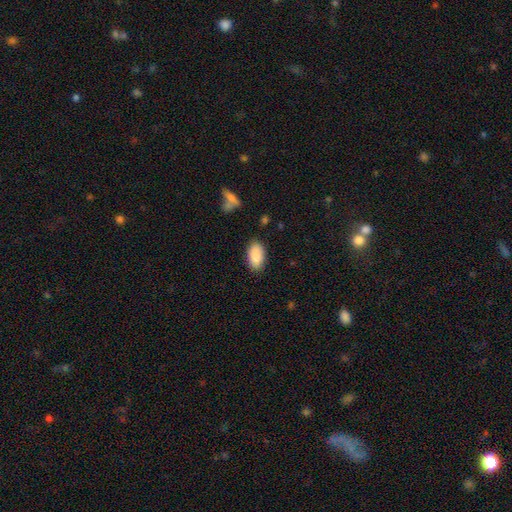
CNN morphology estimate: A smooth galaxy with no disk features (88%) that is in between round and cigar-shaped (94%). Merging: none (85%).